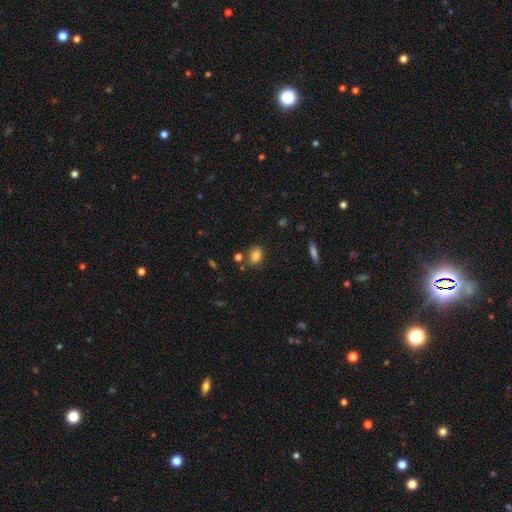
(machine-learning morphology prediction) smooth_or_featured: smooth (p=0.83) [alt: star or artifact p=0.10]
how_rounded: in between (p=0.75) [alt: round p=0.22]
merging: none (p=0.71) [alt: minor disturbance p=0.16]